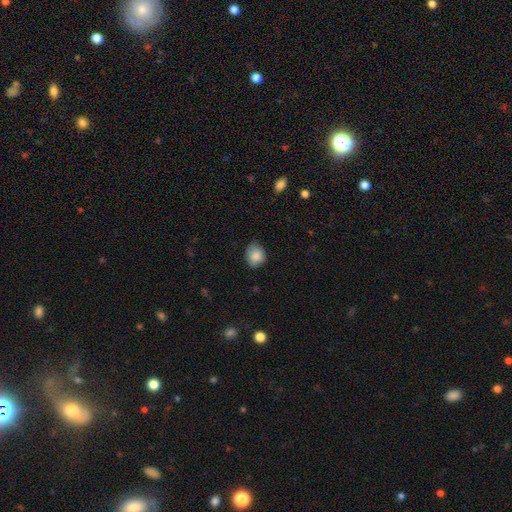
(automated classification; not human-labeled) This appears to be a smooth galaxy with no disk features (84%) that is round (65%). Merging: none (64%).